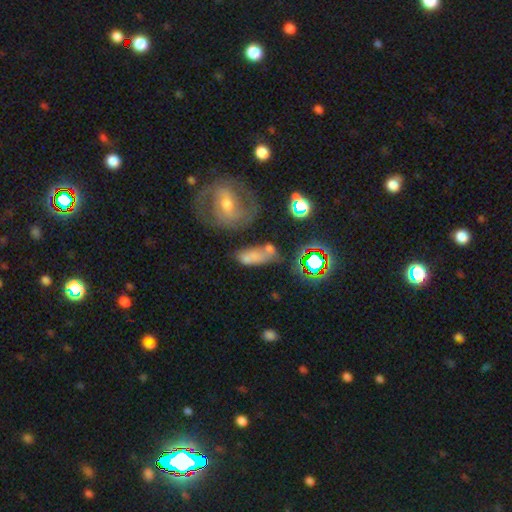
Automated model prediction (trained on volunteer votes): smooth 56%, featured or disk 26%, star or artifact 18%. Down the decision tree: how rounded — in between (78%); merging — none (37%).